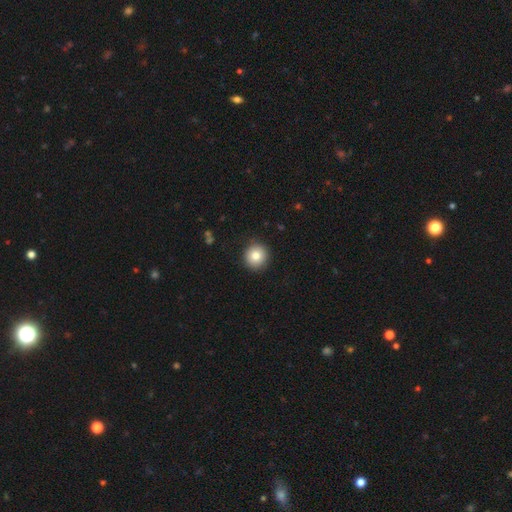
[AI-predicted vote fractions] Morphology: type=smooth (81%); roundness=round (94%); merging=none (90%).